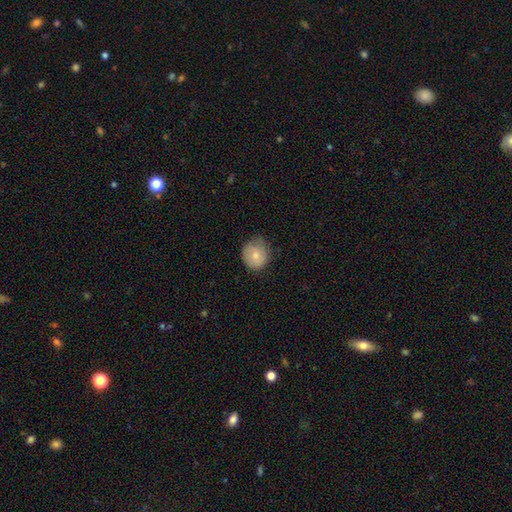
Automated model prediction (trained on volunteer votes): Q: Smooth or featured?
A: smooth (77%); runner-up: featured or disk (15%)
Q: How rounded?
A: round (81%); runner-up: in between (18%)
Q: Merging?
A: none (62%); runner-up: minor disturbance (30%)